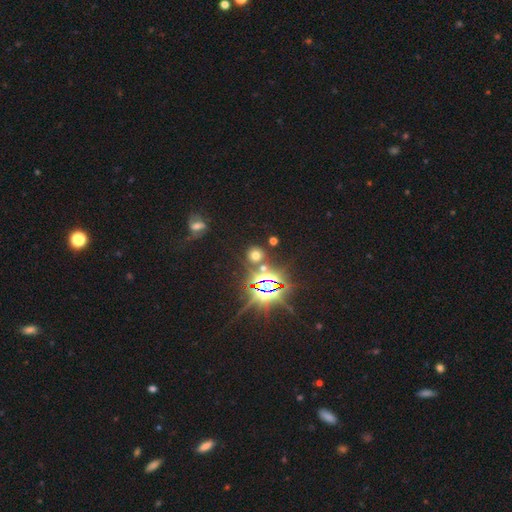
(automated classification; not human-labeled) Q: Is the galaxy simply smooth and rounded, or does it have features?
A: smooth — 47%.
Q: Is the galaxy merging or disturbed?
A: none — 79%.